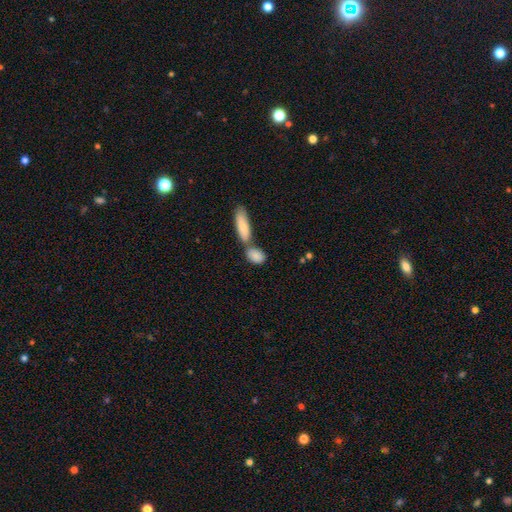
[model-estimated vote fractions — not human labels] smooth 84%, featured or disk 9%, star or artifact 7%. Down the decision tree: how rounded — in between (74%); merging — none (46%).